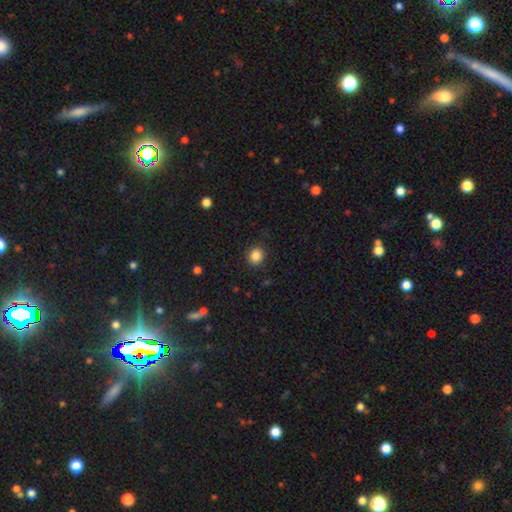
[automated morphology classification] Smooth or featured: smooth — 86% (star or artifact — 11%)
How rounded: round — 75% (in between — 24%)
Merging: none — 89% (minor disturbance — 8%)